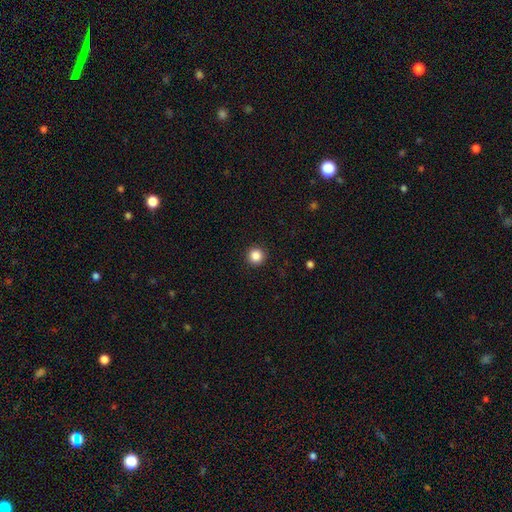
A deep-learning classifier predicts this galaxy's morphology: Overall: smooth (86%). How rounded: round (95%). Merging: none (92%).